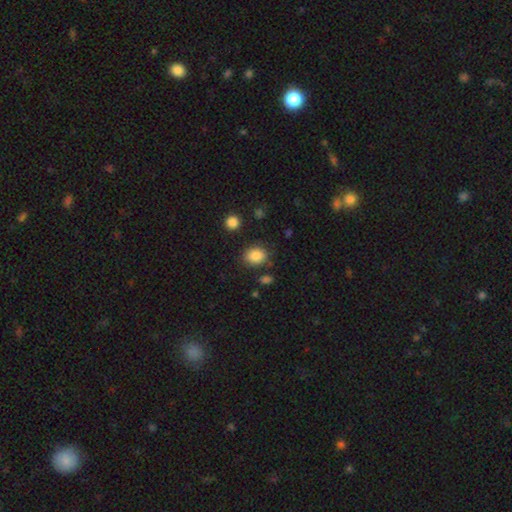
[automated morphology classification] smooth_or_featured: smooth (p=0.86) [alt: star or artifact p=0.09]
how_rounded: round (p=0.50) [alt: in between p=0.49]
merging: none (p=0.78) [alt: minor disturbance p=0.14]